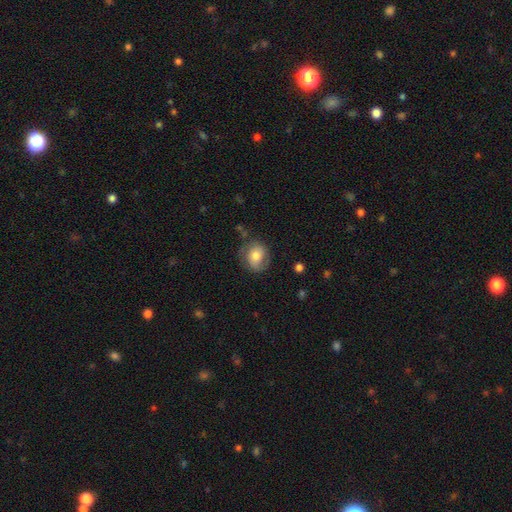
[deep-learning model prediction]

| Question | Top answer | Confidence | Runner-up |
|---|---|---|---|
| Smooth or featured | smooth | 65% | featured or disk (27%) |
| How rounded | round | 59% | in between (40%) |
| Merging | none | 68% | minor disturbance (21%) |